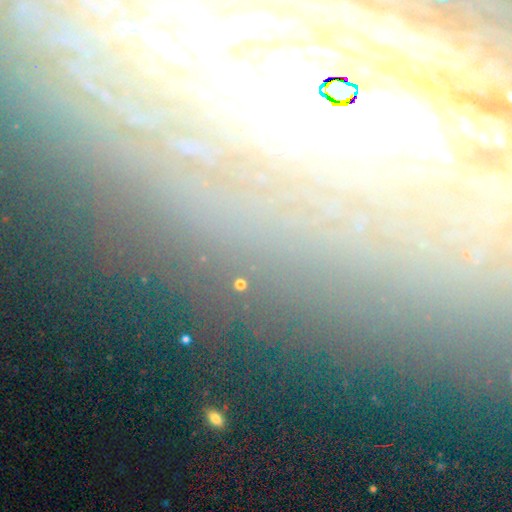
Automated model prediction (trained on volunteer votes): Overall: featured or disk (42%; star or artifact 40%). Merging: none (82%).